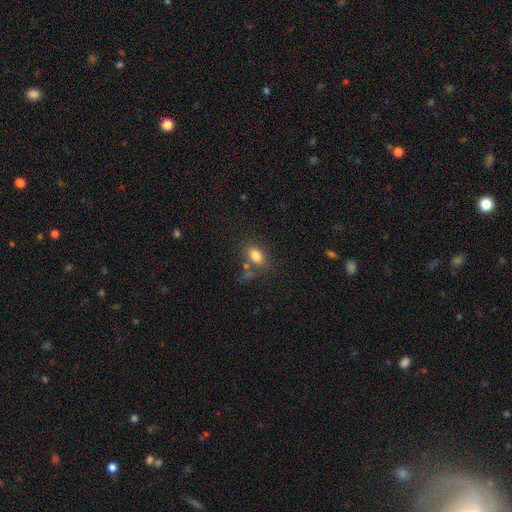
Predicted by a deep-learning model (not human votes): A smooth galaxy with no disk features (81%) that is in between round and cigar-shaped (82%).

Vote fractions:
- Smooth or featured? smooth: 81% / star or artifact: 10% / featured or disk: 9%
- How rounded? in between: 82% / round: 16% / cigar-shaped: 2%
- Merging? none: 67% / minor disturbance: 15% / merger: 13% / major disturbance: 5%